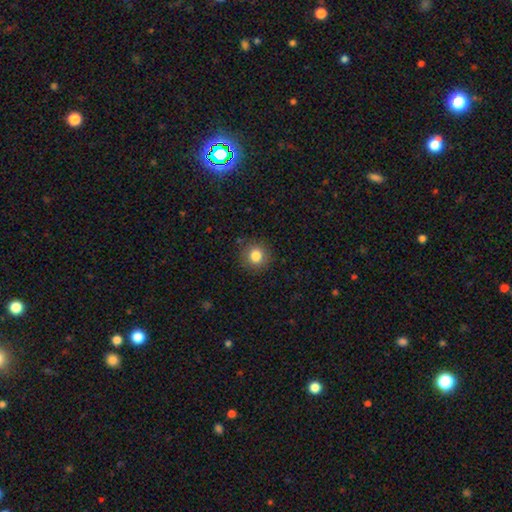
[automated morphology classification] Q: Smooth or featured?
A: smooth (82%); runner-up: star or artifact (11%)
Q: How rounded?
A: round (90%); runner-up: in between (9%)
Q: Merging?
A: none (88%); runner-up: minor disturbance (8%)